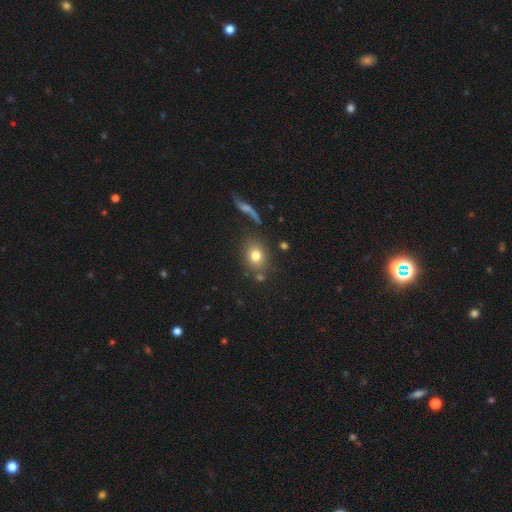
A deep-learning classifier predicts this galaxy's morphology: A smooth galaxy with no disk features (78%) that is round (51%).

Vote fractions:
- Smooth or featured? smooth: 78% / featured or disk: 11% / star or artifact: 11%
- How rounded? round: 51% / in between: 46% / cigar-shaped: 2%
- Merging? none: 75% / minor disturbance: 12% / merger: 8% / major disturbance: 5%